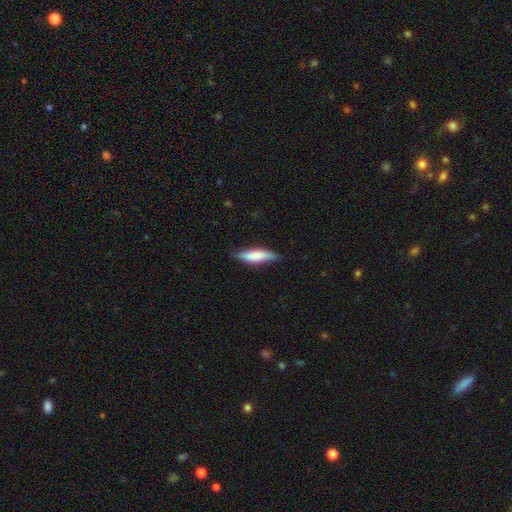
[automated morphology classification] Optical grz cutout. It shows a smooth galaxy with no disk features (68%) that is cigar-shaped (65%). Merging: none (78%).